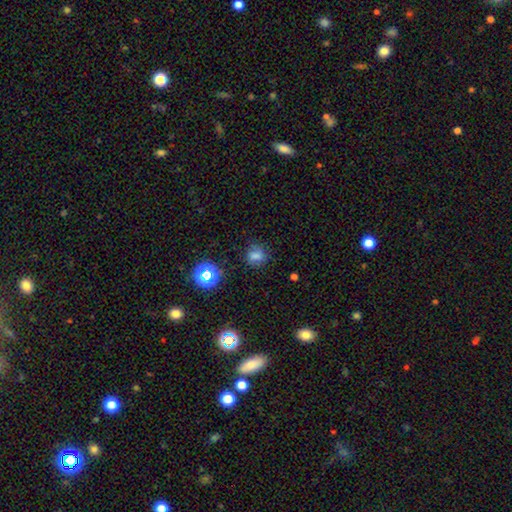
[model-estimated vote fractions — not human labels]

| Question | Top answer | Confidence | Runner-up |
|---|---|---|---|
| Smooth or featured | smooth | 69% | star or artifact (21%) |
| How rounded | round | 67% | in between (32%) |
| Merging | none | 71% | minor disturbance (19%) |